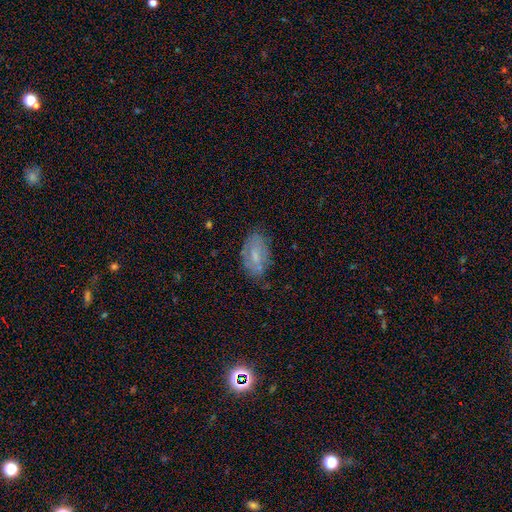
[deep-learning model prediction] smooth-or-featured: smooth: 51% | featured or disk: 39% | star or artifact: 10%
  how-rounded: in between: 91% | round: 6% | cigar-shaped: 3%
  merging: none: 67% | minor disturbance: 23% | major disturbance: 7% | merger: 2%